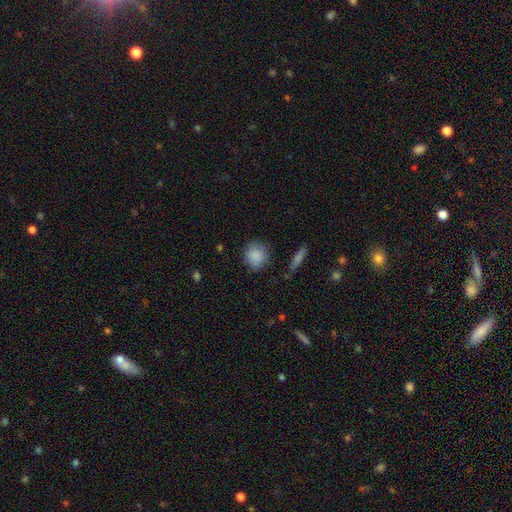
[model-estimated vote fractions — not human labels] A smooth galaxy with no disk features (87%) that is round (83%). Merging: none (79%).